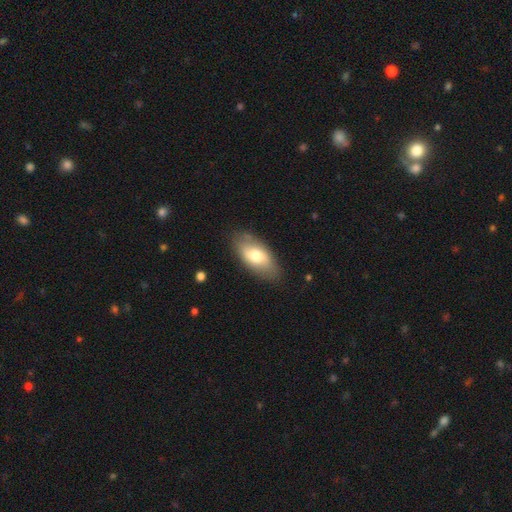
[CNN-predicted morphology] A smooth galaxy with no disk features (68%) that is in between round and cigar-shaped (91%). Merging: none (80%).